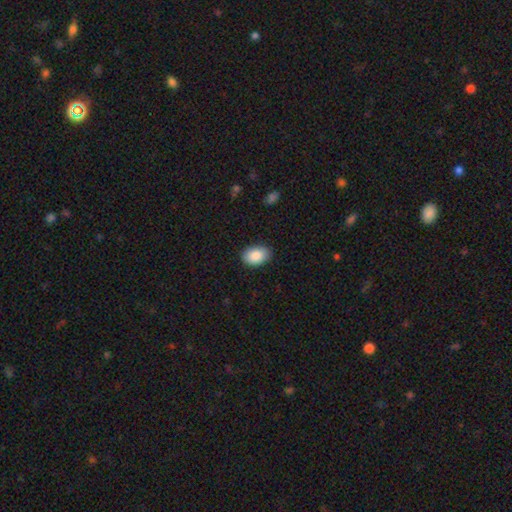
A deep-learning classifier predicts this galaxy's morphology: Smooth or featured: smooth — 88% (star or artifact — 7%)
How rounded: in between — 88% (round — 11%)
Merging: none — 85% (minor disturbance — 12%)